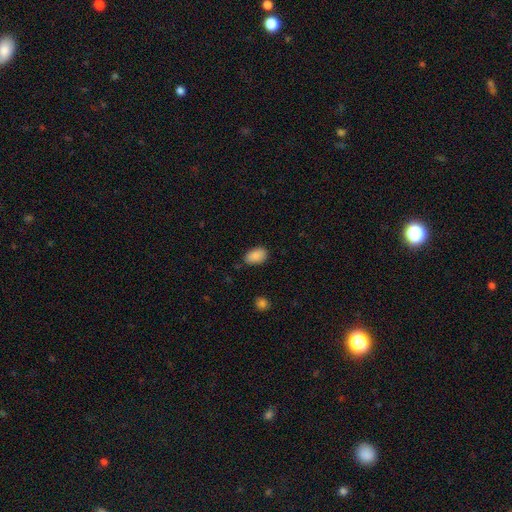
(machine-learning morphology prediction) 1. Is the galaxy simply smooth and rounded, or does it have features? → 89% smooth, 7% star or artifact, 4% featured or disk.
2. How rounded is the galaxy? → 91% in between, 8% round, 1% cigar-shaped.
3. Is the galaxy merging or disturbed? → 81% none, 15% minor disturbance, 3% major disturbance, 1% merger.